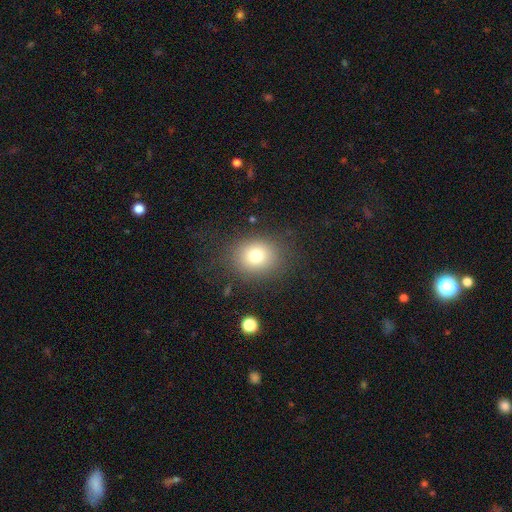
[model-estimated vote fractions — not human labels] This is likely a smooth galaxy (75%). How rounded: likely round (67%). Merging: clearly none (81%).